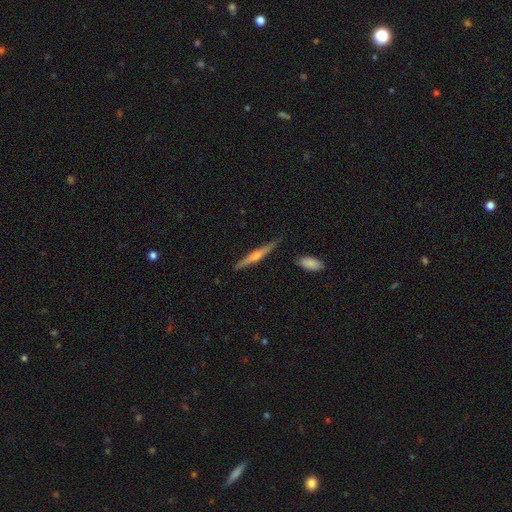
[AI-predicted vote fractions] Smooth or featured? Predicted: featured or disk (p=0.64). Edge-on disk? Predicted: yes (p=0.97). Edge-on bulge? Predicted: rounded (p=0.83). Merging? Predicted: none (p=0.87).